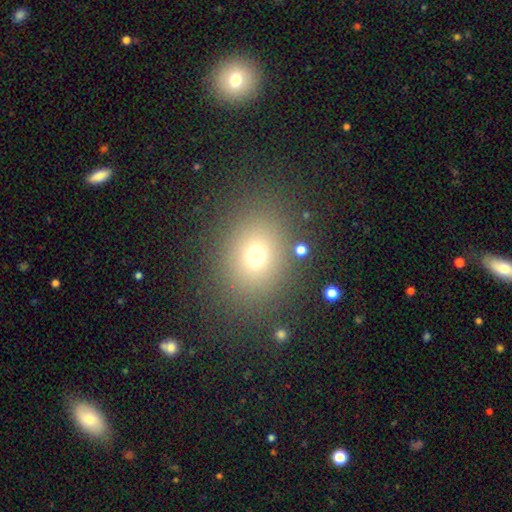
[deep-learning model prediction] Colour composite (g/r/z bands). It shows a smooth galaxy with no disk features (70%) that is round (55%). Merging: none (84%).